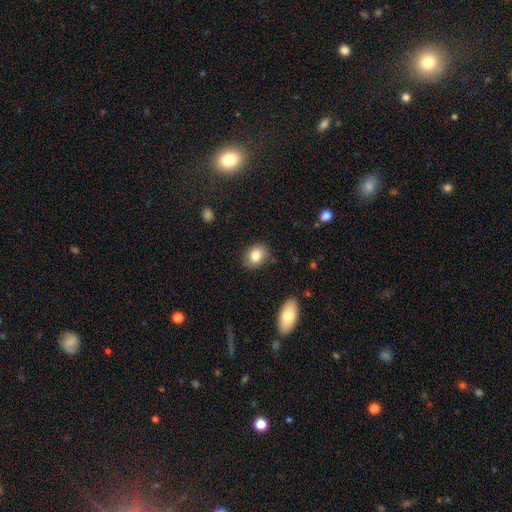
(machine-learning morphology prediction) Smooth or featured?
  - smooth: 81% *
  - featured or disk: 10%
  - star or artifact: 9%
How rounded?
  - in between: 59% *
  - round: 40%
  - cigar-shaped: 1%
Merging?
  - none: 83% *
  - minor disturbance: 13%
  - major disturbance: 3%
  - merger: 2%